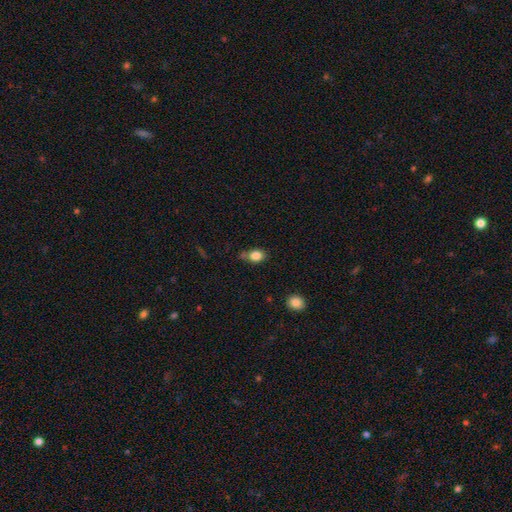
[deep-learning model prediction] This appears to be a smooth galaxy with no disk features (84%) that is in between round and cigar-shaped (58%). Merging: none (57%).